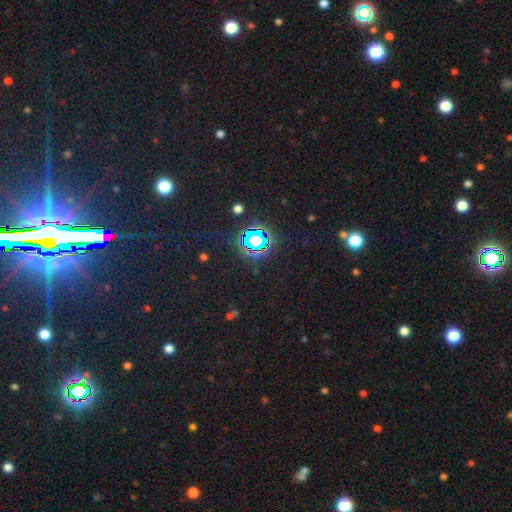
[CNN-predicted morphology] This appears to be a star or artifact, not a galaxy (81%).